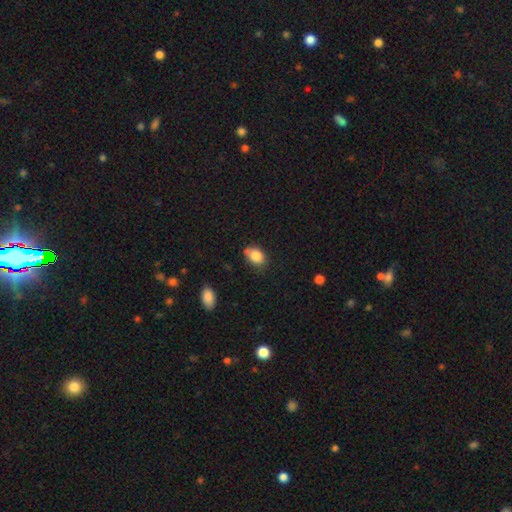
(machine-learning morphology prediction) smooth 84%, star or artifact 8%, featured or disk 7%. Down the decision tree: how rounded — in between (79%); merging — none (67%).